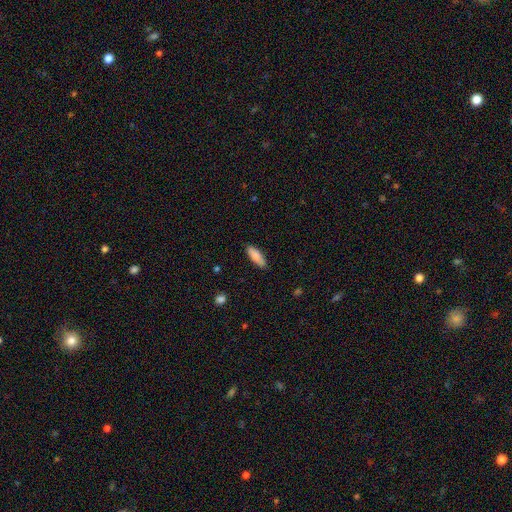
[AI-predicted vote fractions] A smooth galaxy with no disk features (84%) that is in between round and cigar-shaped (60%). Merging: none (84%).